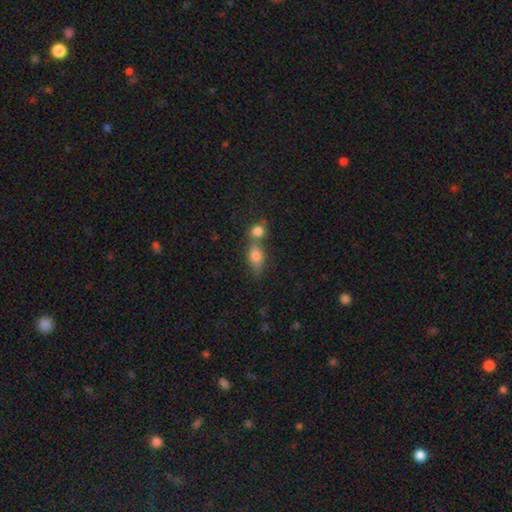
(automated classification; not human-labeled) The model was most divided on "merging": merger: 52%, none: 33%, minor disturbance: 10%, major disturbance: 5%. More confident: smooth or featured — smooth (77%); how rounded — in between (70%).